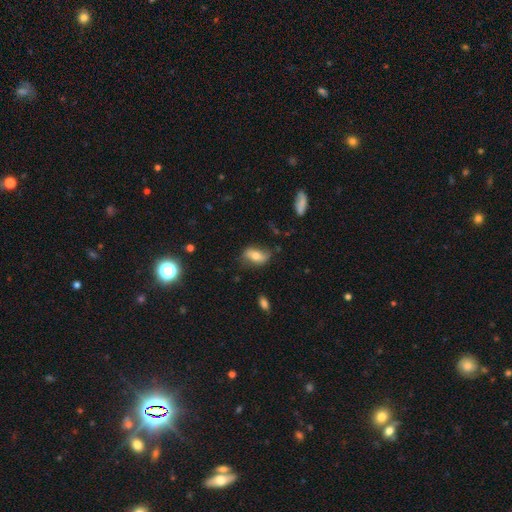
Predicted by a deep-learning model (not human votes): smooth 56%, featured or disk 36%, star or artifact 9%. Down the decision tree: how rounded — in between (86%); merging — none (66%).